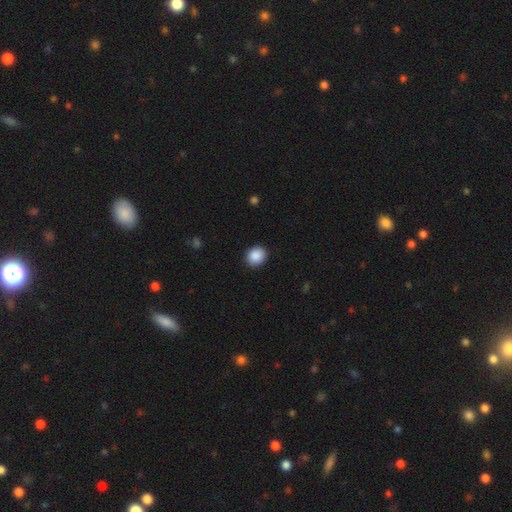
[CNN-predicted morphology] A smooth galaxy with no disk features (89%) that is round (66%). Merging: none (90%).